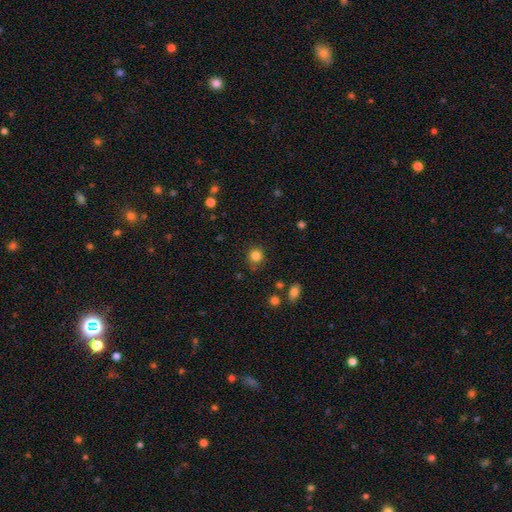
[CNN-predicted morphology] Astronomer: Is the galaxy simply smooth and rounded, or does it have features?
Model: smooth — 84%.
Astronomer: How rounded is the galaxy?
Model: round — 90%.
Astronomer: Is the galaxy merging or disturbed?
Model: none — 83%.